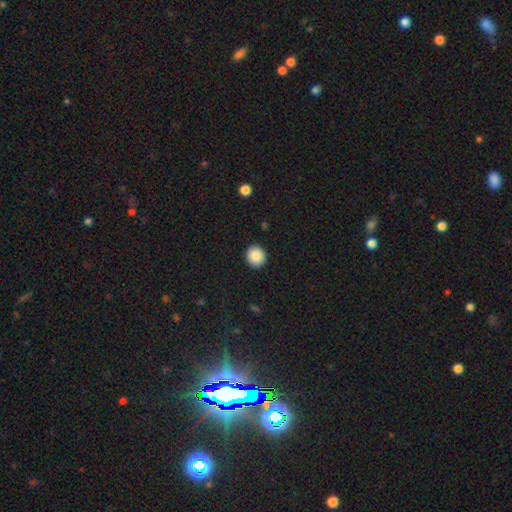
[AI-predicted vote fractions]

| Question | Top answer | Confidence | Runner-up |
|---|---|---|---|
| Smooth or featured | smooth | 86% | star or artifact (8%) |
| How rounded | round | 89% | in between (10%) |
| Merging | none | 92% | minor disturbance (5%) |